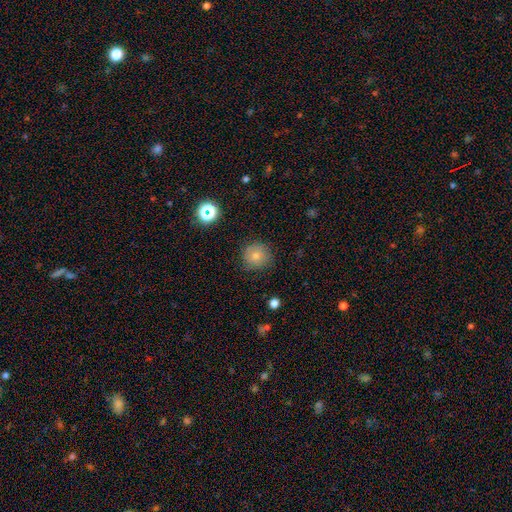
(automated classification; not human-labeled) The model was most divided on "smooth or featured": smooth: 77%, star or artifact: 13%, featured or disk: 11%. More confident: how rounded — round (93%); merging — none (83%).